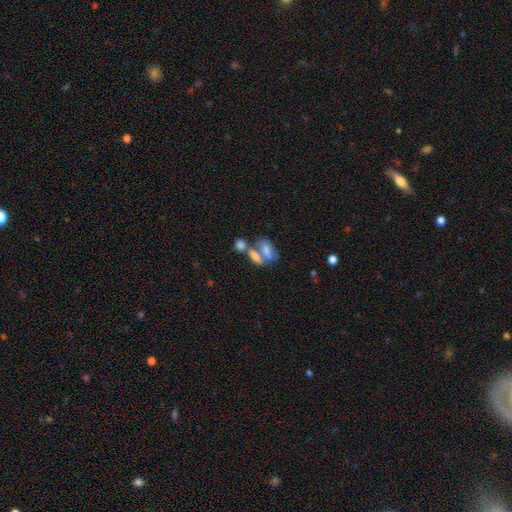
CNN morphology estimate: The model was most divided on "merging": merger: 55%, none: 27%, minor disturbance: 10%, major disturbance: 7%. More confident: how rounded — in between (81%); smooth or featured — smooth (58%).